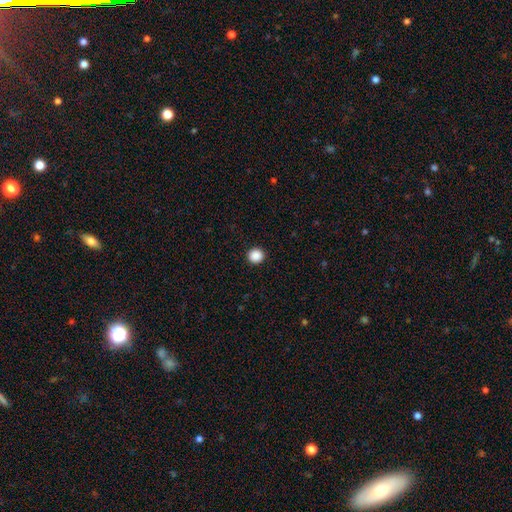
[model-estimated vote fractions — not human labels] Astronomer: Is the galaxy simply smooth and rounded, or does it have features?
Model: smooth — 89%.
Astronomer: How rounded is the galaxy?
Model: round — 95%.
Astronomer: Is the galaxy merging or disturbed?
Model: none — 93%.